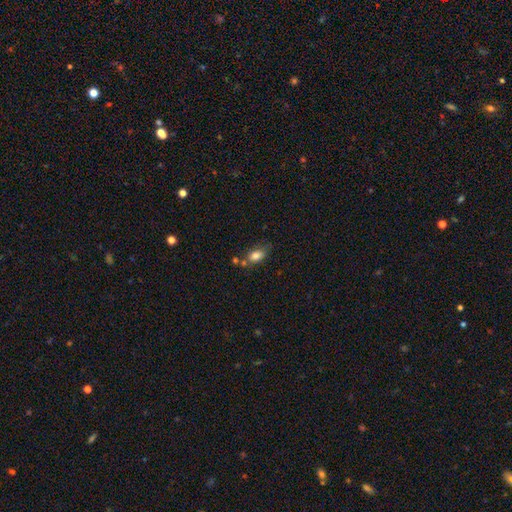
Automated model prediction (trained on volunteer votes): Overall: smooth (80%). How rounded: in between (83%). Merging: none (50%; minor disturbance 23%).